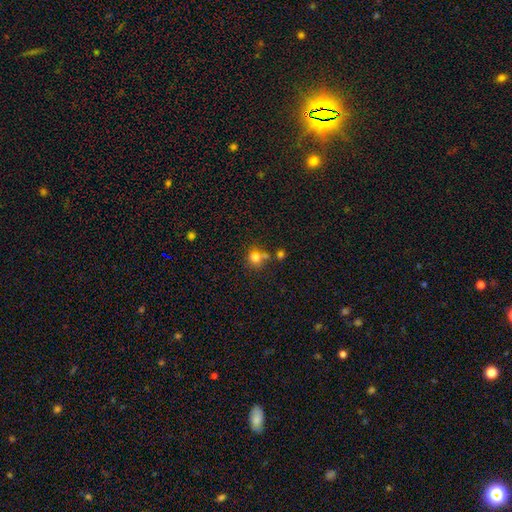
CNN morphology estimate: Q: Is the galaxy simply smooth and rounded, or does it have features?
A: smooth — 76%.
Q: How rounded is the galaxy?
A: round — 76%.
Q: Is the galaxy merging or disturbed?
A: none — 56%.